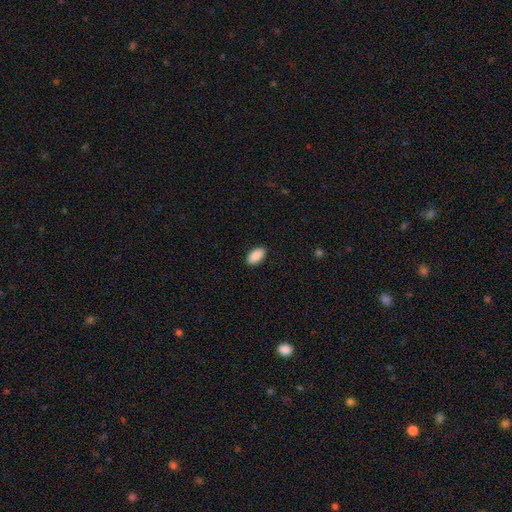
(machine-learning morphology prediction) Overall: smooth (90%). How rounded: in between (94%). Merging: none (90%).